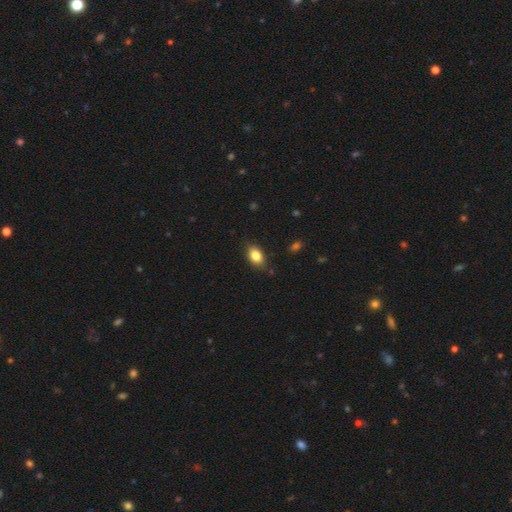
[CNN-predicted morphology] Overall: smooth (83%). How rounded: in between (84%). Merging: none (83%).